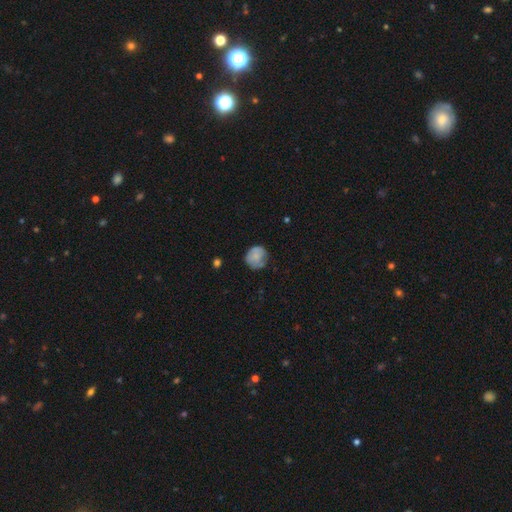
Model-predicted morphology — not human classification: Smooth or featured?
  - smooth: 69% *
  - featured or disk: 23%
  - star or artifact: 8%
How rounded?
  - round: 83% *
  - in between: 16%
  - cigar-shaped: 1%
Merging?
  - none: 65% *
  - minor disturbance: 26%
  - major disturbance: 7%
  - merger: 2%